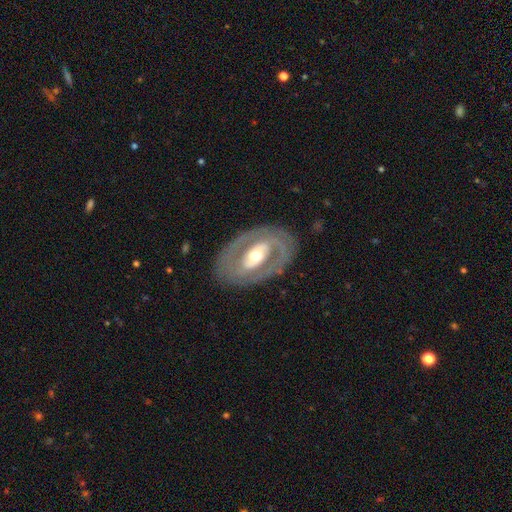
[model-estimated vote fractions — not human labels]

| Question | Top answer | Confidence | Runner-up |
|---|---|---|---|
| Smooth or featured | featured or disk | 78% | smooth (18%) |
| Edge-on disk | no | 93% | yes (7%) |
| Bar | no | 38% | strong (31%) |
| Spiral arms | yes | 58% | no (42%) |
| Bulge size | moderate | 64% | small (21%) |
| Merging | none | 81% | minor disturbance (11%) |